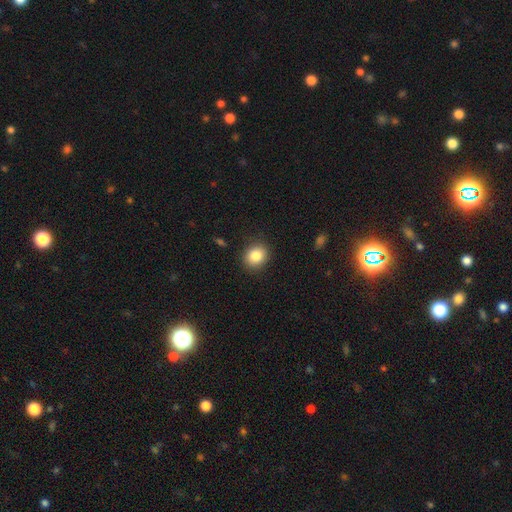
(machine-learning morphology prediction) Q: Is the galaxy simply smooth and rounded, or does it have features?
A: smooth — 85%.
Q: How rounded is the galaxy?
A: round — 71%.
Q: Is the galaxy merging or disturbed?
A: none — 88%.